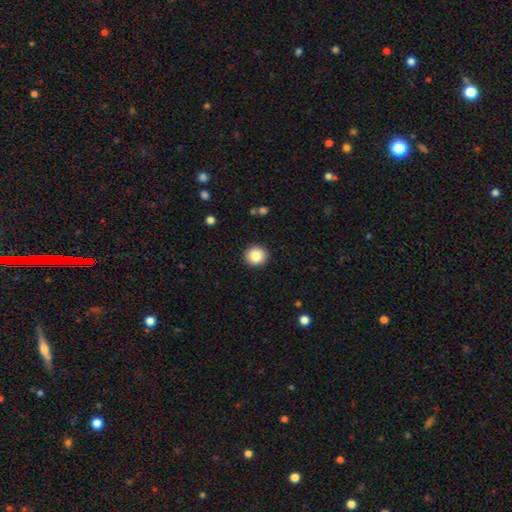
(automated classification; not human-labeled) Morphology: type=smooth (86%); roundness=round (91%); merging=none (92%).